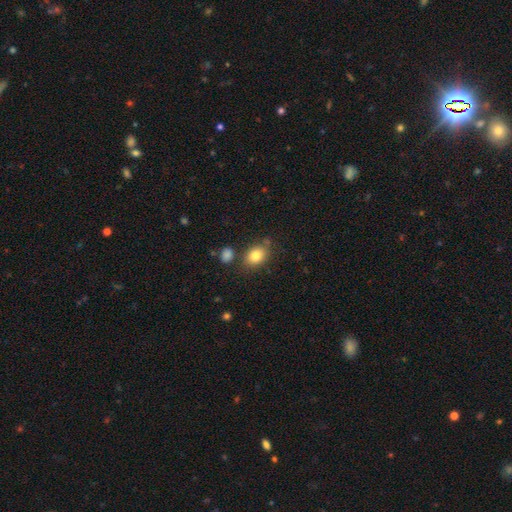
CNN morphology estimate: smooth_or_featured: smooth (p=0.82) [alt: star or artifact p=0.10]
how_rounded: in between (p=0.67) [alt: round p=0.31]
merging: none (p=0.73) [alt: minor disturbance p=0.14]